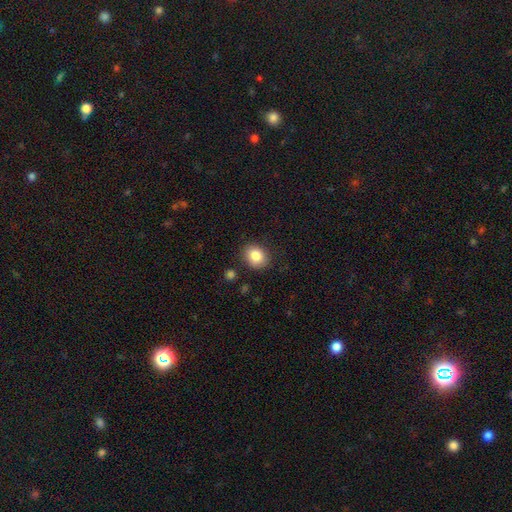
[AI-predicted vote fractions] Smooth or featured? Predicted: smooth (p=0.84). How rounded? Predicted: round (p=0.60). Merging? Predicted: none (p=0.85).